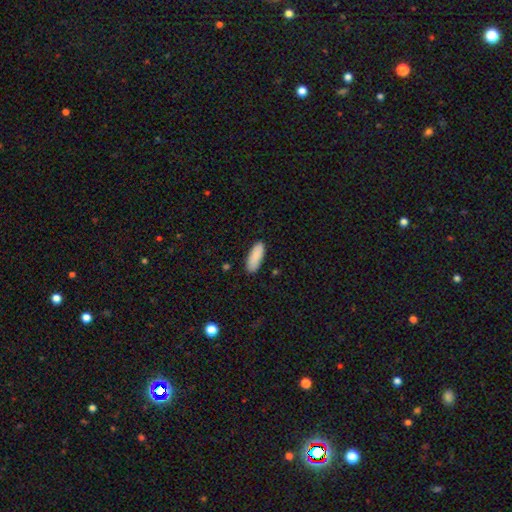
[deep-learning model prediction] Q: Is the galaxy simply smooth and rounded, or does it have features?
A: smooth — 88%.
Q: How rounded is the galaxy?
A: in between — 75%.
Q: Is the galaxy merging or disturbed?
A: none — 85%.